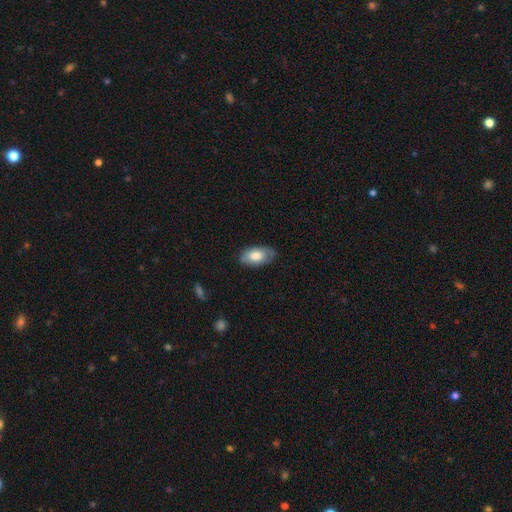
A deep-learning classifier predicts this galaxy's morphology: Smooth or featured: smooth — 75% (featured or disk — 19%)
How rounded: in between — 94% (round — 3%)
Merging: none — 76% (minor disturbance — 19%)